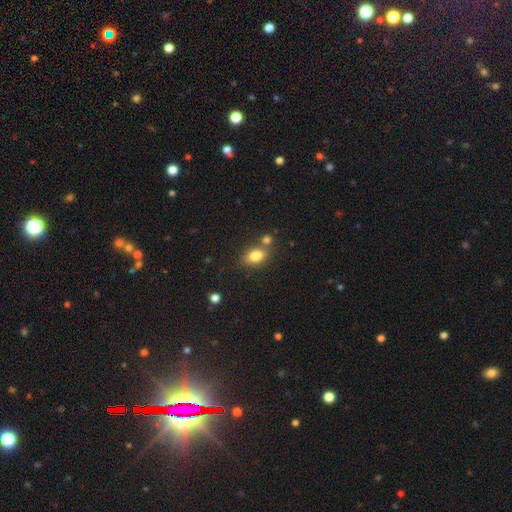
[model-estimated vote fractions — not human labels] Overall: smooth (82%). How rounded: in between (81%). Merging: none (62%; merger 22%).